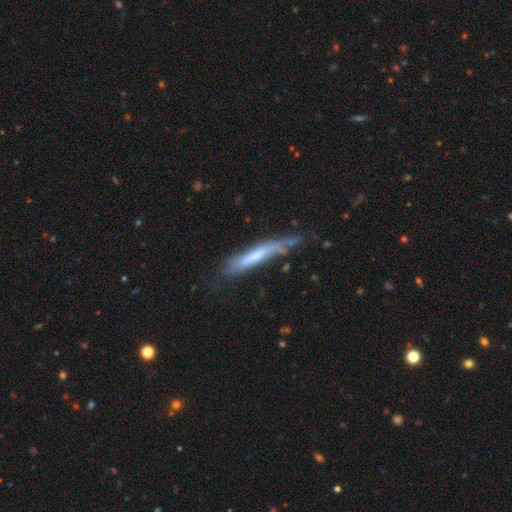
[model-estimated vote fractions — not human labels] A featured or disk galaxy (48%). Merging: none (57%).